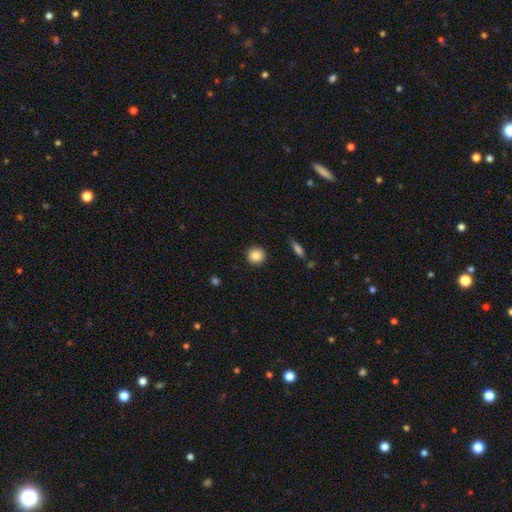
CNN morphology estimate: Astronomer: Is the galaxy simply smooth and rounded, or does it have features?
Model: smooth — 87%.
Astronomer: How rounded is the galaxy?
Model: round — 92%.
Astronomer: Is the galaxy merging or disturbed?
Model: none — 90%.